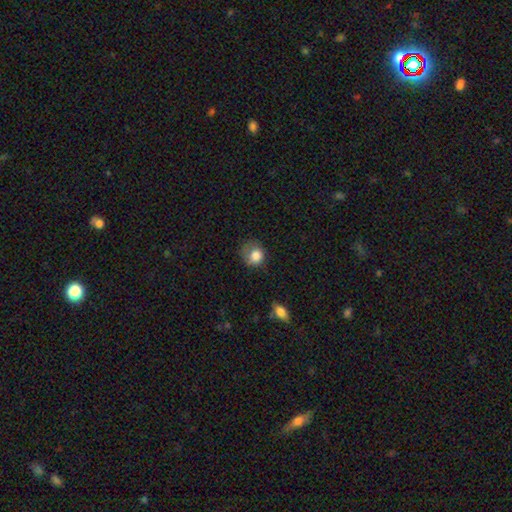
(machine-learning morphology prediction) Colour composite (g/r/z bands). It shows a smooth galaxy with no disk features (81%) that is round (74%). Merging: none (43%).